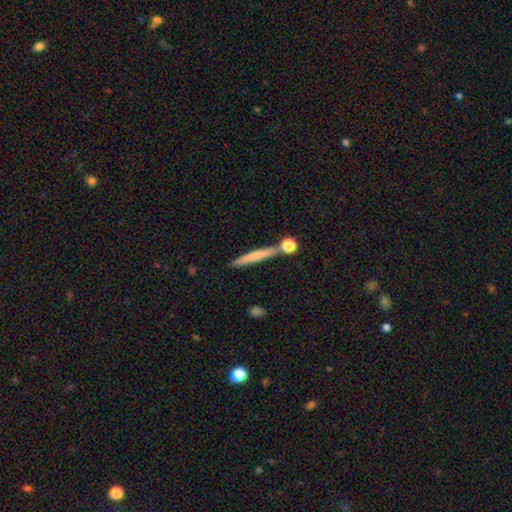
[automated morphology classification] A smooth galaxy with no disk features (63%) that is cigar-shaped (93%). Merging: none (76%).